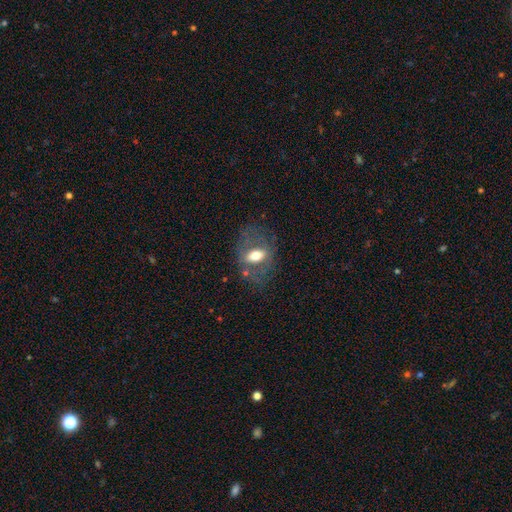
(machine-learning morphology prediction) Smooth or featured?
  - smooth: 47% *
  - featured or disk: 44%
  - star or artifact: 9%
Merging?
  - none: 64% *
  - minor disturbance: 18%
  - major disturbance: 14%
  - merger: 4%